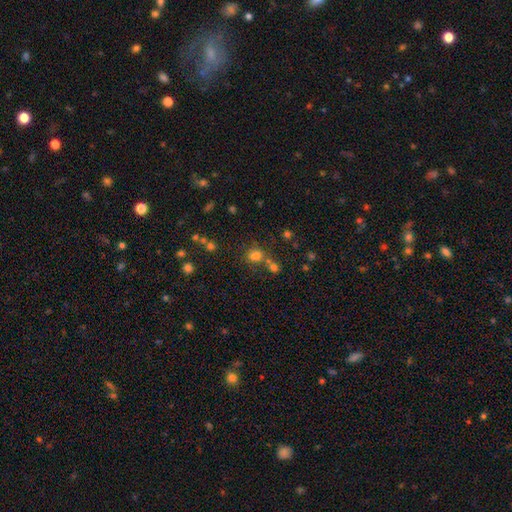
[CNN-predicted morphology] smooth_or_featured: smooth (p=0.72) [alt: star or artifact p=0.19]
how_rounded: round (p=0.70) [alt: in between p=0.29]
merging: none (p=0.55) [alt: merger p=0.28]